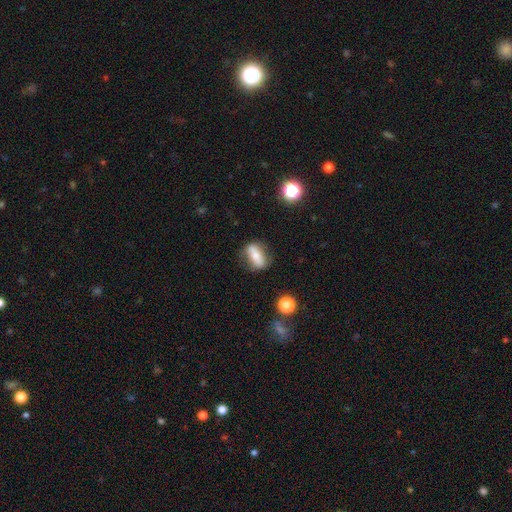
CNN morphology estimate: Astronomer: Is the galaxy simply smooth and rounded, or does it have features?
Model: smooth — 61%.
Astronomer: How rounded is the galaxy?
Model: in between — 68%.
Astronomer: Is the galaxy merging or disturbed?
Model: none — 74%.